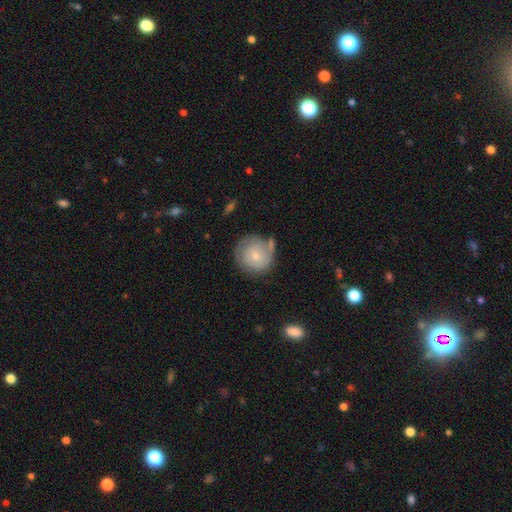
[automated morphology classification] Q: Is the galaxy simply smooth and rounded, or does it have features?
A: smooth — 59%.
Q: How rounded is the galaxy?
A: round — 90%.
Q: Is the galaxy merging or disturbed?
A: none — 57%.